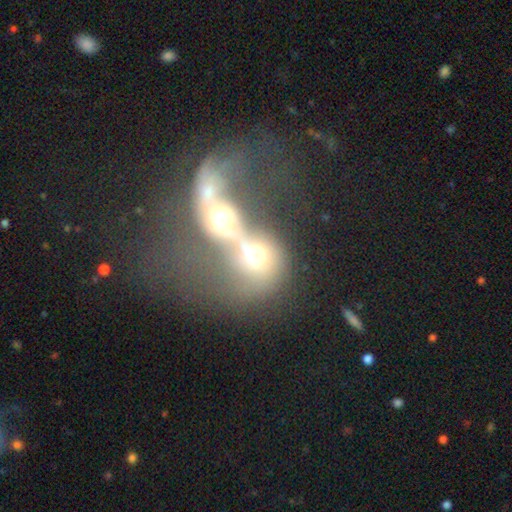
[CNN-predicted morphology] smooth 53%, featured or disk 32%, star or artifact 15%. Down the decision tree: how rounded — round (67%); merging — merger (81%).